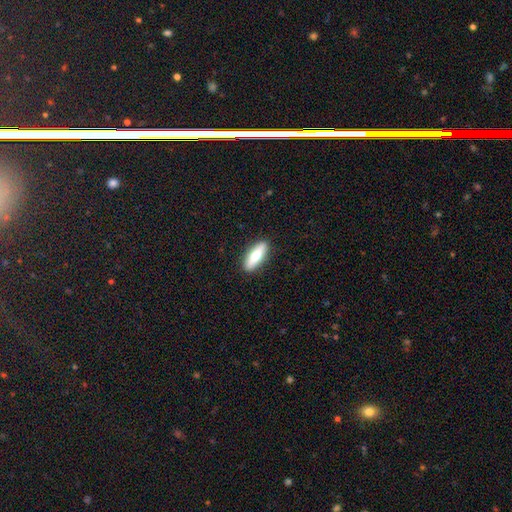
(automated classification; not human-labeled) Smooth or featured?
  - smooth: 70% *
  - featured or disk: 24%
  - star or artifact: 6%
How rounded?
  - cigar-shaped: 53% *
  - in between: 45%
  - round: 2%
Merging?
  - none: 90% *
  - minor disturbance: 7%
  - major disturbance: 2%
  - merger: 1%